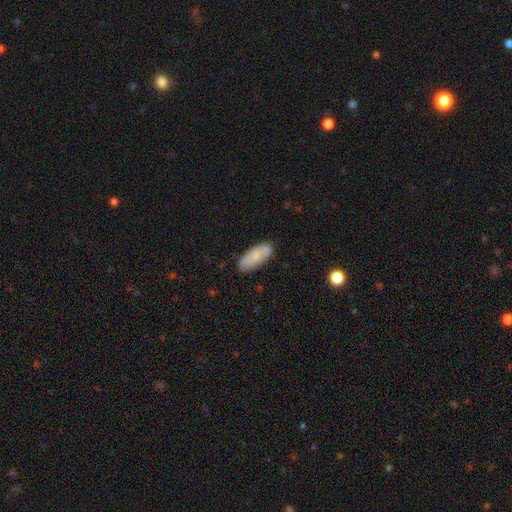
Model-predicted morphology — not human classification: This is likely a smooth galaxy (74%). How rounded: clearly in between (80%). Merging: likely none (80%).